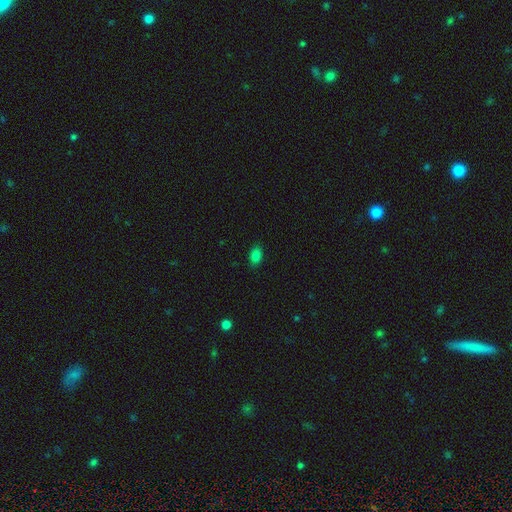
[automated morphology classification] This appears to be a smooth galaxy with no disk features (83%) that is in between round and cigar-shaped (89%). Merging: none (87%).